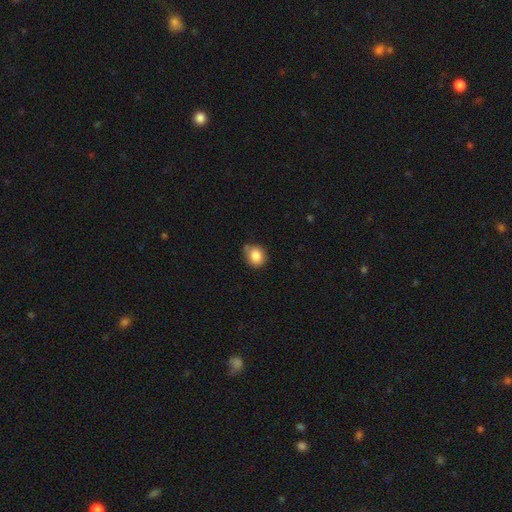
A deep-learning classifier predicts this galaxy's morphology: Overall: smooth (85%). How rounded: round (70%). Merging: none (61%; minor disturbance 28%).